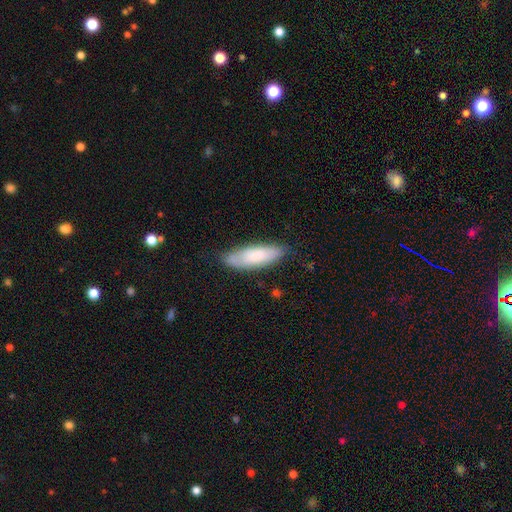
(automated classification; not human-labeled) Smooth or featured?
  - smooth: 76% *
  - featured or disk: 19%
  - star or artifact: 6%
How rounded?
  - in between: 55% *
  - cigar-shaped: 43%
  - round: 2%
Merging?
  - none: 77% *
  - minor disturbance: 19%
  - major disturbance: 3%
  - merger: 1%